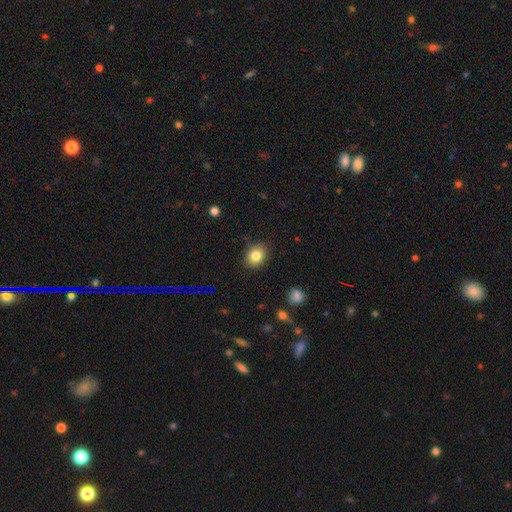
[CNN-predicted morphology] smooth-or-featured: smooth: 82% | star or artifact: 11% | featured or disk: 7%
  how-rounded: round: 51% | in between: 48% | cigar-shaped: 1%
  merging: none: 85% | minor disturbance: 11% | major disturbance: 2% | merger: 1%